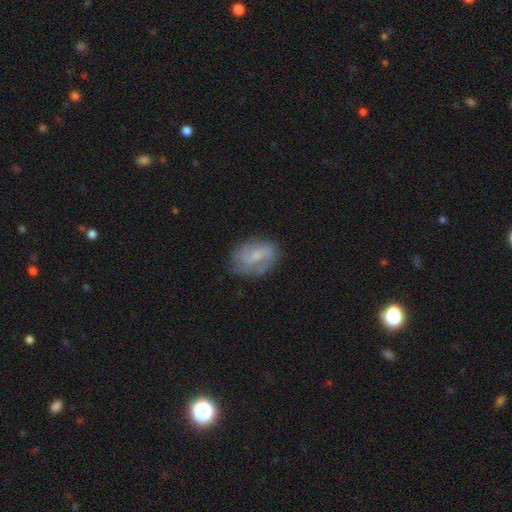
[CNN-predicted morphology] Q: Smooth or featured?
A: featured or disk (61%); runner-up: smooth (31%)
Q: Edge-on disk?
A: no (97%); runner-up: yes (3%)
Q: Bar?
A: no (47%); runner-up: weak (44%)
Q: Spiral arms?
A: yes (81%); runner-up: no (19%)
Q: Bulge size?
A: small (61%); runner-up: moderate (26%)
Q: Merging?
A: none (68%); runner-up: minor disturbance (22%)